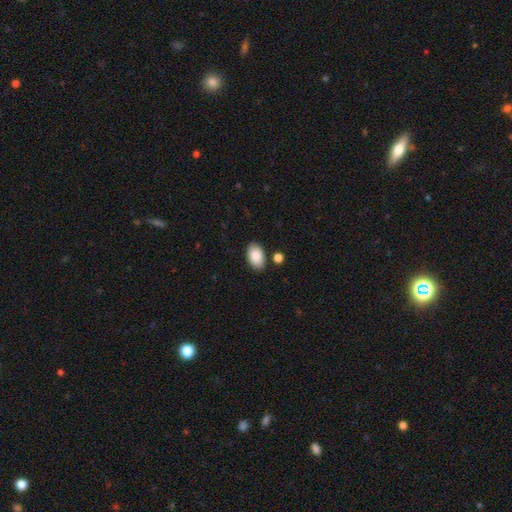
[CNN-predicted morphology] Smooth or featured?
  - smooth: 88% *
  - star or artifact: 6%
  - featured or disk: 6%
How rounded?
  - in between: 93% *
  - round: 6%
  - cigar-shaped: 1%
Merging?
  - none: 84% *
  - minor disturbance: 10%
  - merger: 4%
  - major disturbance: 2%